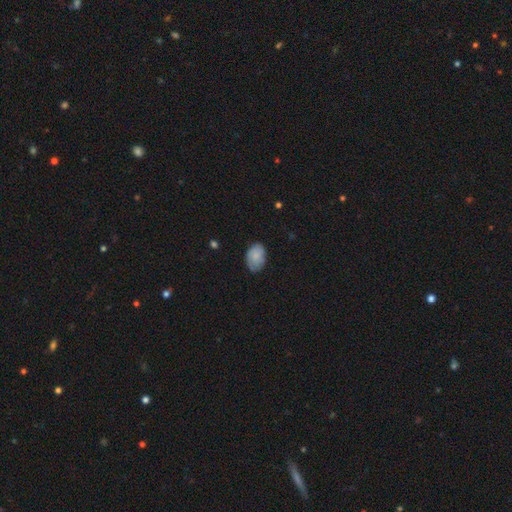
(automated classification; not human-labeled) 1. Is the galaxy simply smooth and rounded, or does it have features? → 77% smooth, 16% featured or disk, 7% star or artifact.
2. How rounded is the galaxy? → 86% in between, 13% round, 1% cigar-shaped.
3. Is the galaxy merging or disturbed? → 73% none, 22% minor disturbance, 4% major disturbance, 1% merger.